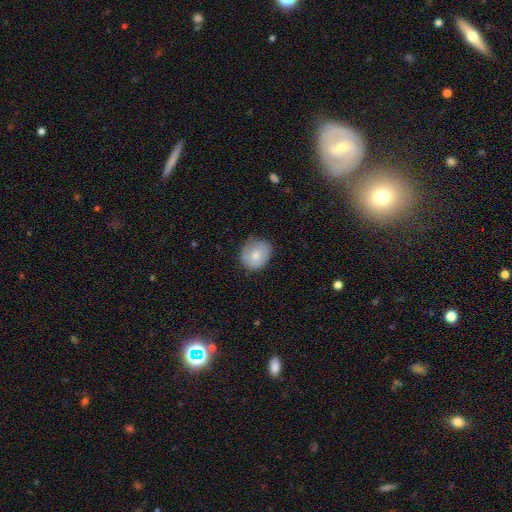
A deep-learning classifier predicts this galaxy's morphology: smooth 72%, featured or disk 21%, star or artifact 7%. Down the decision tree: how rounded — round (70%); merging — none (72%).